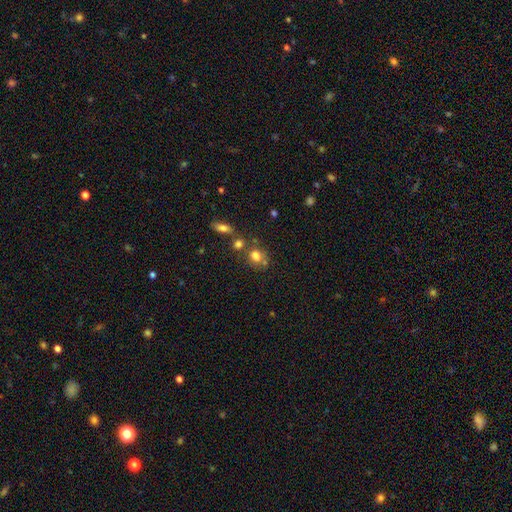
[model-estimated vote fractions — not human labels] This appears to be a smooth galaxy with no disk features (75%) that is round (57%). Merging: none (47%).